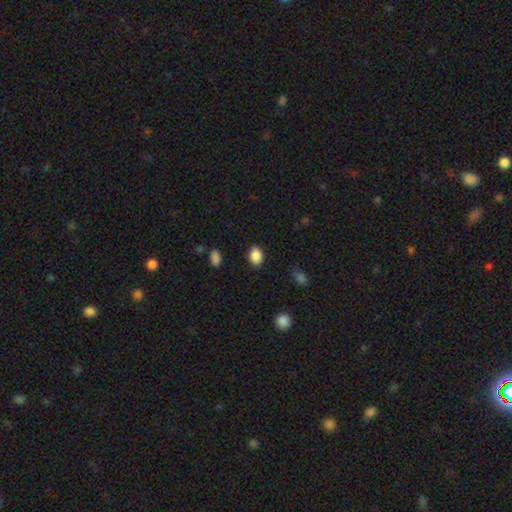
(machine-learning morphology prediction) The model was most divided on "how rounded": in between: 80%, round: 19%, cigar-shaped: 1%. More confident: smooth or featured — smooth (89%); merging — none (86%).